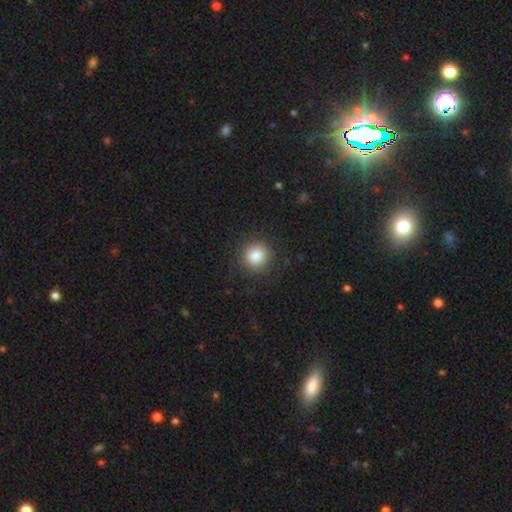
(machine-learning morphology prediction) Smooth or featured? Predicted: smooth (p=0.85). How rounded? Predicted: round (p=0.90). Merging? Predicted: none (p=0.89).